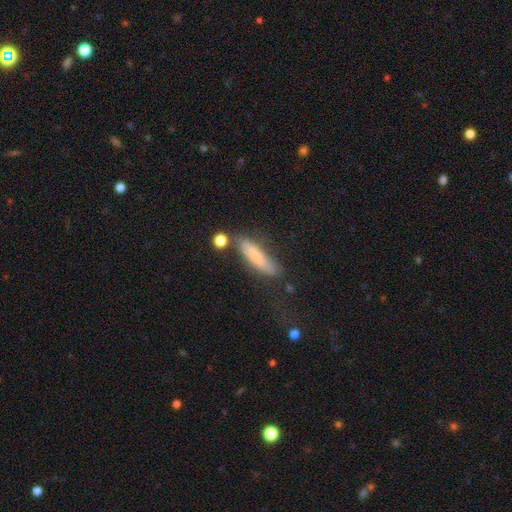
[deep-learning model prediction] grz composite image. It shows a smooth galaxy with no disk features (70%) that is cigar-shaped (76%). Merging: none (66%).